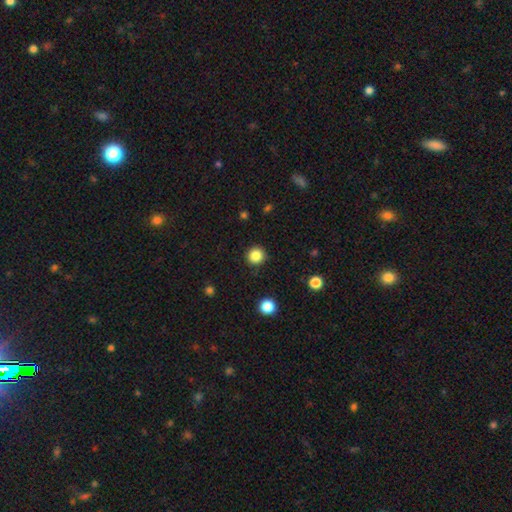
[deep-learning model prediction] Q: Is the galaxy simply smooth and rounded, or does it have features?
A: smooth — 85%.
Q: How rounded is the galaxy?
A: round — 95%.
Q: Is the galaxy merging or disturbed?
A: none — 90%.